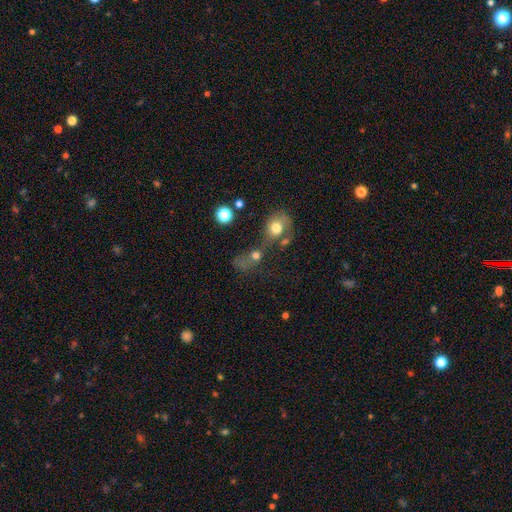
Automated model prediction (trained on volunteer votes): smooth 68%, star or artifact 17%, featured or disk 15%. Down the decision tree: how rounded — round (67%); merging — merger (52%).